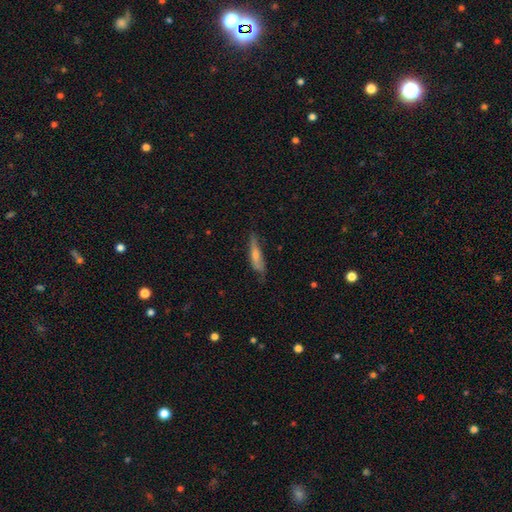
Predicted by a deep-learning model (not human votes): The model was most divided on "merging": none: 58%, minor disturbance: 30%, major disturbance: 10%, merger: 2%. More confident: how rounded — cigar-shaped (73%); smooth or featured — smooth (62%).